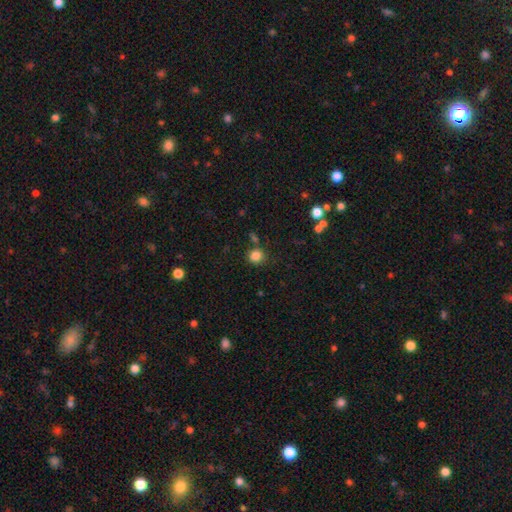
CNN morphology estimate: Smooth or featured? smooth (84%)
How rounded? round (87%)
Merging? none (78%)